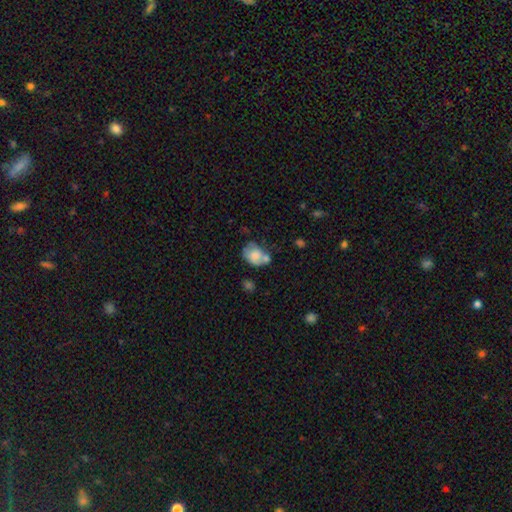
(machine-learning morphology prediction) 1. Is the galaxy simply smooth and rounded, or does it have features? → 67% smooth, 25% featured or disk, 8% star or artifact.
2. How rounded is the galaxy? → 64% in between, 35% round, 1% cigar-shaped.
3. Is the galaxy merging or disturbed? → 33% none, 32% merger, 23% minor disturbance, 12% major disturbance.